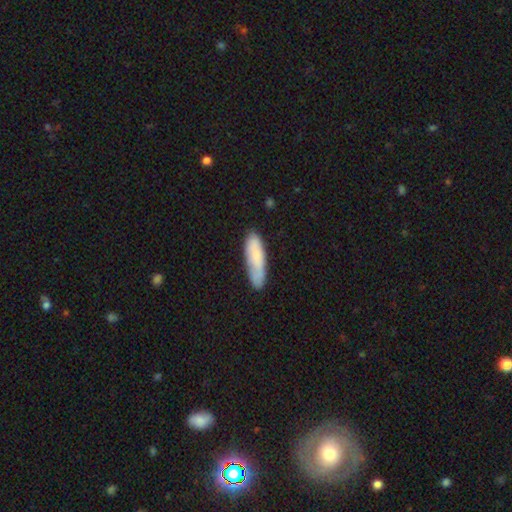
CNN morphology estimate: Smooth or featured? Predicted: smooth (p=0.74). How rounded? Predicted: cigar-shaped (p=0.59). Merging? Predicted: none (p=0.70).